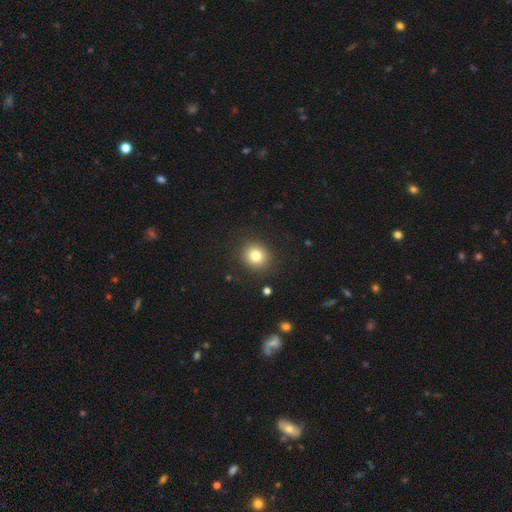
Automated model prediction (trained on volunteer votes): The model was most divided on "how rounded": round: 83%, in between: 16%, cigar-shaped: 1%. More confident: merging — none (89%); smooth or featured — smooth (81%).